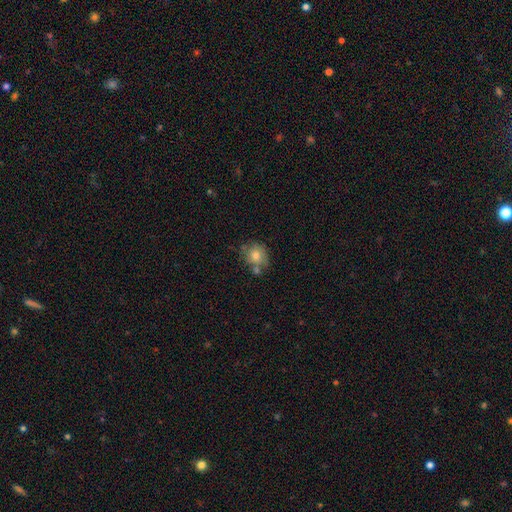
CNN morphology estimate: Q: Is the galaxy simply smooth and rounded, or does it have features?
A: smooth — 71%.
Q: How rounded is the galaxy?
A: round — 74%.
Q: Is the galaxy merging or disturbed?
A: none — 59%.